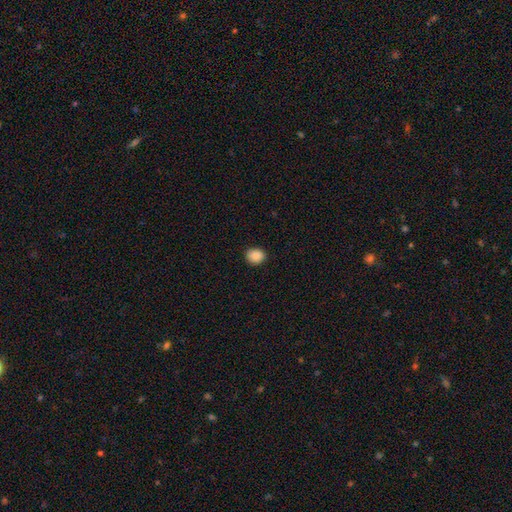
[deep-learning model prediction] A smooth galaxy with no disk features (89%) that is round (62%). Merging: none (89%).